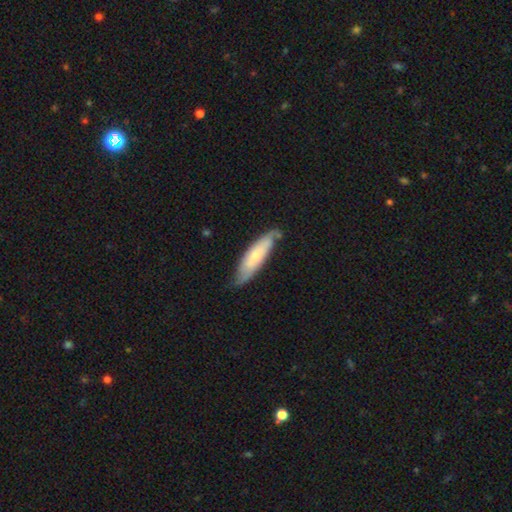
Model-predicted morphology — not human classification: smooth 50%, featured or disk 44%, star or artifact 5%. Down the decision tree: how rounded — cigar-shaped (63%); merging — none (69%).